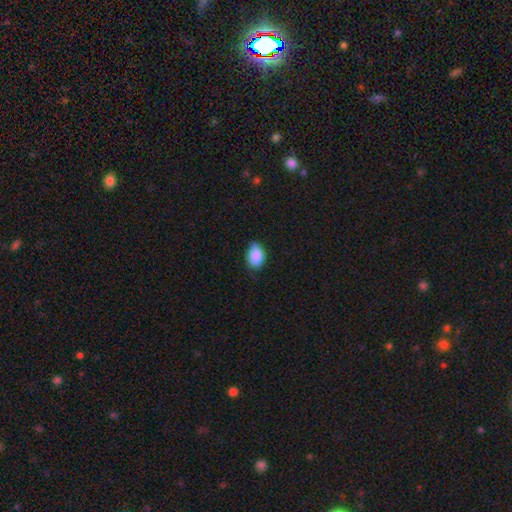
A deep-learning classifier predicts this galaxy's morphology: type=smooth (85%); roundness=in between (79%); merging=none (63%).